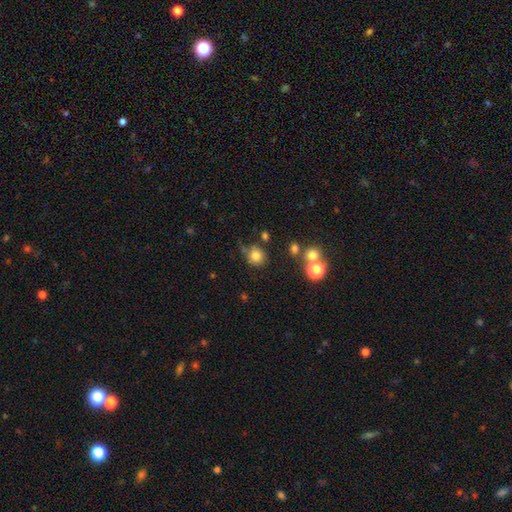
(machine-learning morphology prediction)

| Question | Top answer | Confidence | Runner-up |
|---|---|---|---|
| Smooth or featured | smooth | 80% | star or artifact (13%) |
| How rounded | round | 88% | in between (11%) |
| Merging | none | 70% | minor disturbance (16%) |